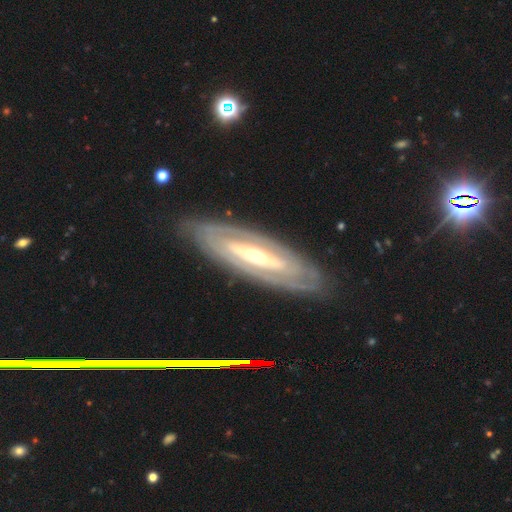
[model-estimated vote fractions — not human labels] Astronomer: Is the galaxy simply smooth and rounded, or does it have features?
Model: featured or disk — 82%.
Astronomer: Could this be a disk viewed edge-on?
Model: no — 80%.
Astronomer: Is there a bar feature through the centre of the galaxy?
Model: no — 44% (runner-up: strong, 31%).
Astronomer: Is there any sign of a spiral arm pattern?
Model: yes — 64%.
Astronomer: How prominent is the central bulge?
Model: moderate — 52% (runner-up: small, 41%).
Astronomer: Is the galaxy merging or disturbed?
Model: none — 82%.